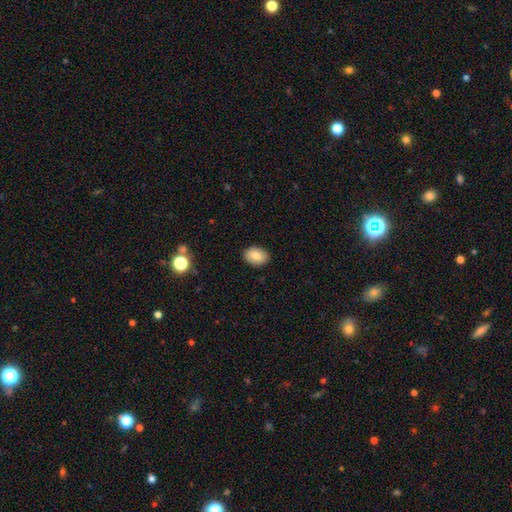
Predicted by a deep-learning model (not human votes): Smooth or featured? Predicted: smooth (p=0.82). How rounded? Predicted: in between (p=0.76). Merging? Predicted: none (p=0.88).